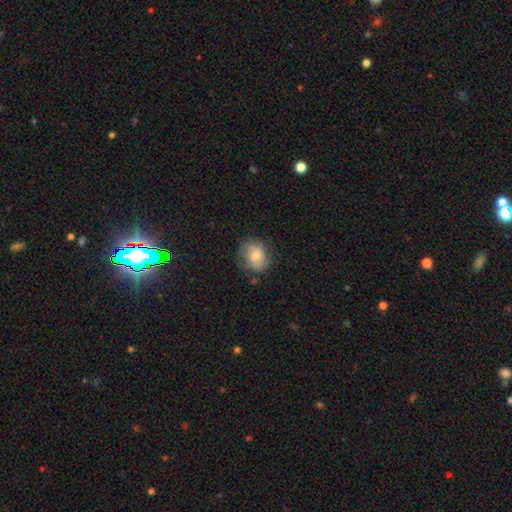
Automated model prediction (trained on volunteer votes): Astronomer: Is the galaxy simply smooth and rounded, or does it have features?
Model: smooth — 64%.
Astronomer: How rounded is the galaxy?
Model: round — 62% (runner-up: in between, 37%).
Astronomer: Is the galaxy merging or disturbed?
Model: none — 67%.